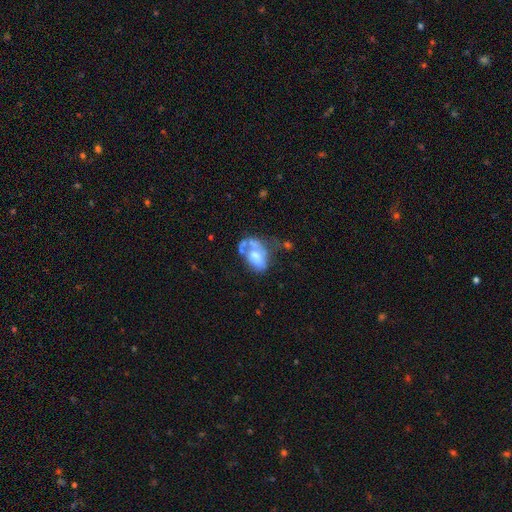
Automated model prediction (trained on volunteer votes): A featured or disk galaxy (51%).

Vote fractions:
- Smooth or featured? featured or disk: 51% / smooth: 40% / star or artifact: 9%
- Edge-on disk? no: 96% / yes: 4%
- Merging? major disturbance: 32% / merger: 23% / none: 23% / minor disturbance: 21%